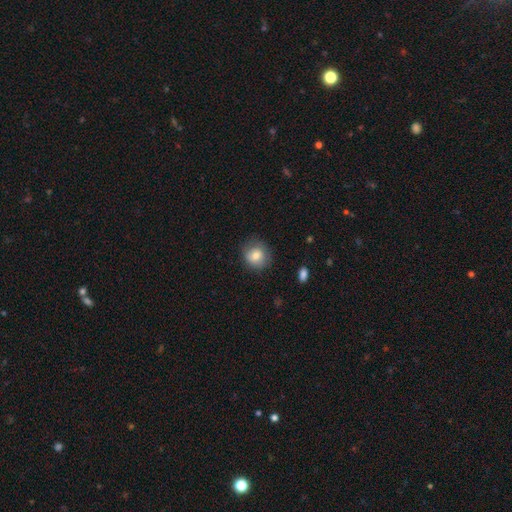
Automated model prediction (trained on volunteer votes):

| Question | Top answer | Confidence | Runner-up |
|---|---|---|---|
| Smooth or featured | smooth | 77% | featured or disk (14%) |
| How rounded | round | 81% | in between (18%) |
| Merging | none | 77% | minor disturbance (17%) |